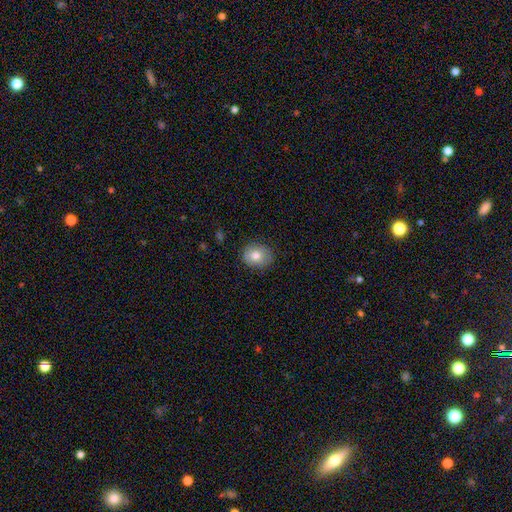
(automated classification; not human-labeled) Smooth or featured? Predicted: smooth (p=0.79). How rounded? Predicted: round (p=0.60). Merging? Predicted: none (p=0.85).